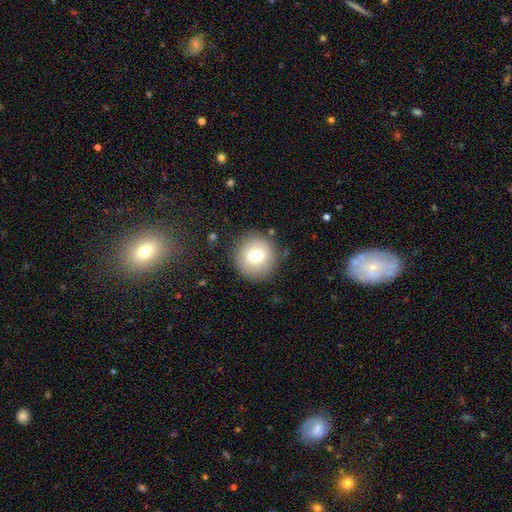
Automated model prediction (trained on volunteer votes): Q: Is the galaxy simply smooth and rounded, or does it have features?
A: smooth — 74%.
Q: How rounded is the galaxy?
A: round — 93%.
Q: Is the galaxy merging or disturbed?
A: none — 87%.